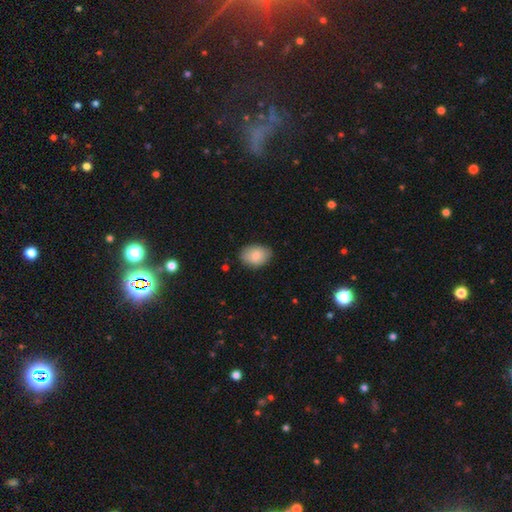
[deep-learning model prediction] smooth 83%, featured or disk 11%, star or artifact 7%. Down the decision tree: how rounded — in between (81%); merging — none (82%).